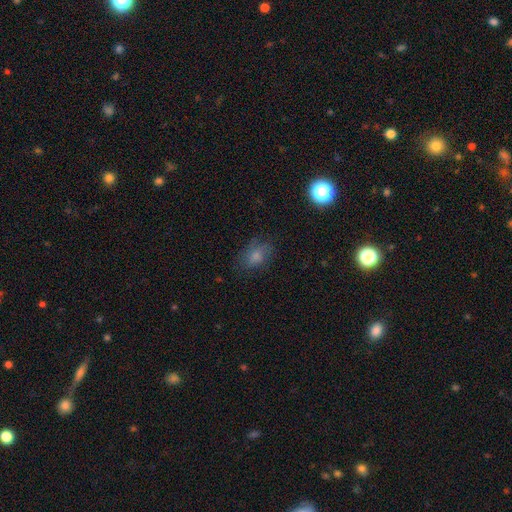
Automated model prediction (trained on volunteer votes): Smooth or featured? smooth (73%)
How rounded? in between (77%)
Merging? none (65%)